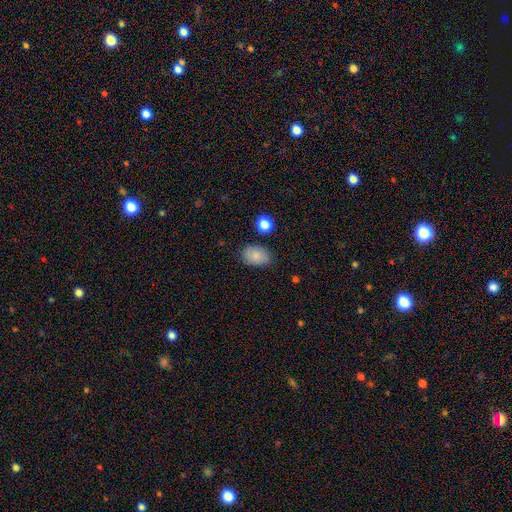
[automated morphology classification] Q: Smooth or featured?
A: smooth (84%); runner-up: featured or disk (8%)
Q: How rounded?
A: in between (85%); runner-up: round (14%)
Q: Merging?
A: none (79%); runner-up: minor disturbance (15%)